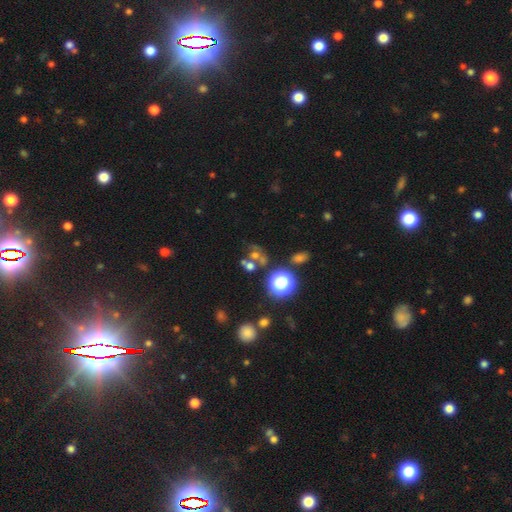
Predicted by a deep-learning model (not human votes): This appears to be a smooth galaxy with no disk features (43%). Merging: none (49%).